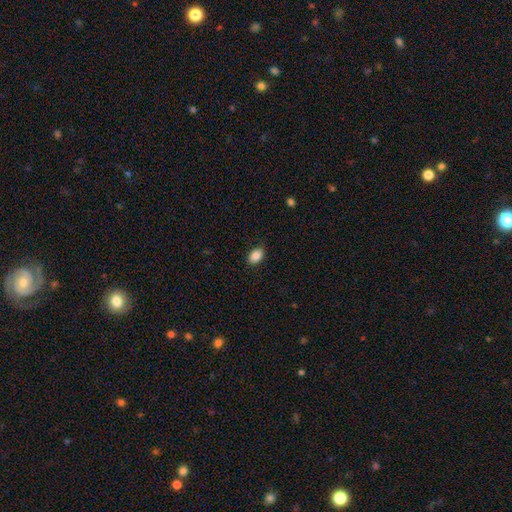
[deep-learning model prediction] smooth 87%, star or artifact 8%, featured or disk 5%. Down the decision tree: how rounded — in between (85%); merging — none (87%).